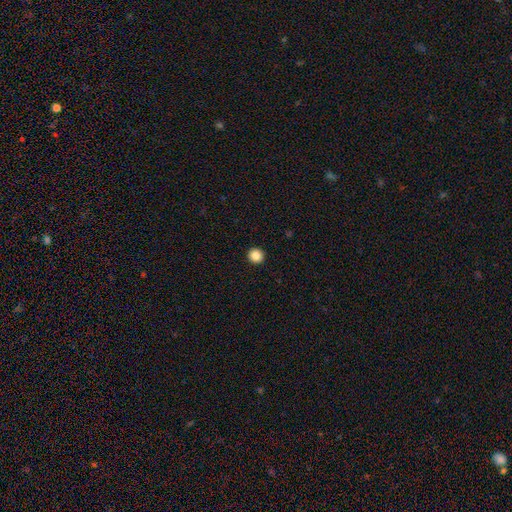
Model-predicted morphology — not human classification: Q: Smooth or featured?
A: smooth (86%); runner-up: star or artifact (10%)
Q: How rounded?
A: round (94%); runner-up: in between (5%)
Q: Merging?
A: none (94%); runner-up: minor disturbance (4%)